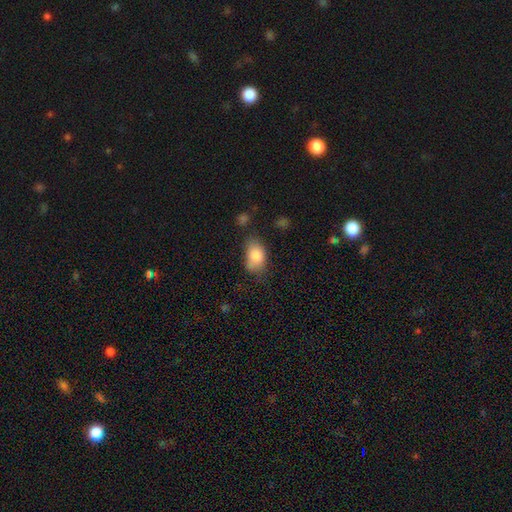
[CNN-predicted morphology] This is clearly a smooth galaxy (84%). How rounded: clearly in between (84%). Merging: possibly none (51%).